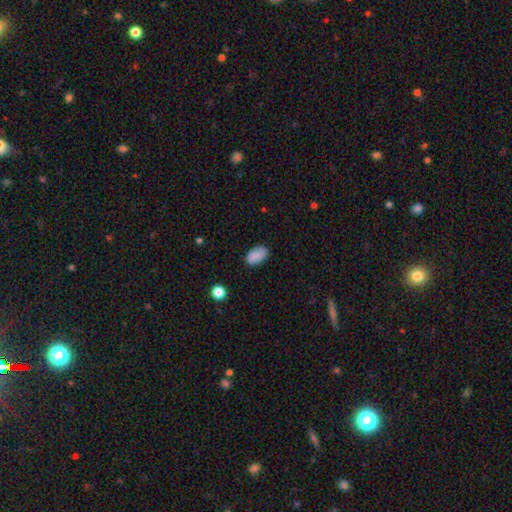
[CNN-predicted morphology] type=smooth (85%); roundness=in between (93%); merging=none (84%).